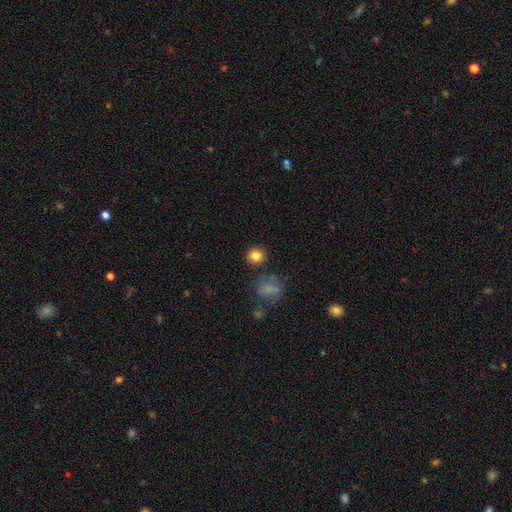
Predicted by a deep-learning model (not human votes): Q: Smooth or featured?
A: smooth (83%); runner-up: star or artifact (11%)
Q: How rounded?
A: round (89%); runner-up: in between (10%)
Q: Merging?
A: none (84%); runner-up: minor disturbance (8%)